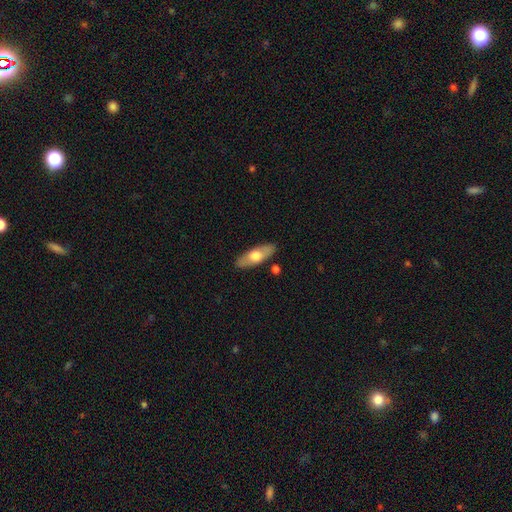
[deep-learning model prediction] This is possibly a smooth galaxy (59%). How rounded: likely in between (66%). Merging: clearly none (85%).